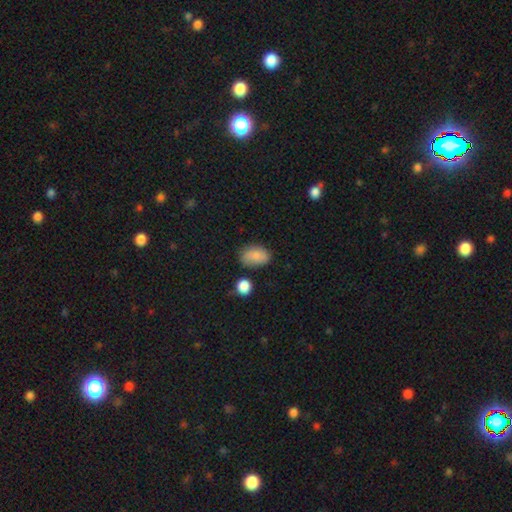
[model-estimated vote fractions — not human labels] Smooth or featured?
  - smooth: 83% *
  - star or artifact: 8%
  - featured or disk: 8%
How rounded?
  - in between: 85% *
  - round: 13%
  - cigar-shaped: 1%
Merging?
  - none: 66% *
  - minor disturbance: 23%
  - major disturbance: 6%
  - merger: 6%